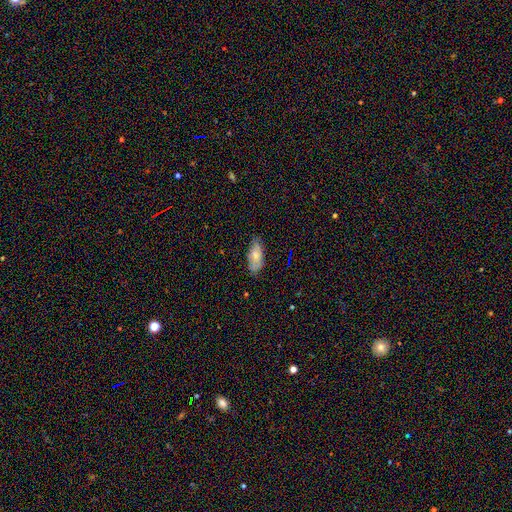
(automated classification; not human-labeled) Smooth or featured? smooth (69%)
How rounded? in between (87%)
Merging? none (77%)